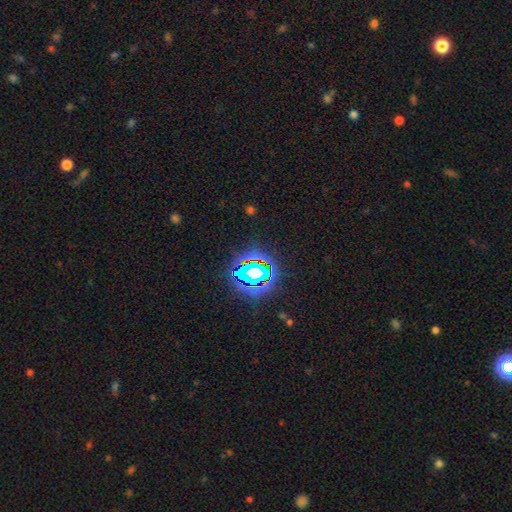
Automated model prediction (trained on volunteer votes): Q: Smooth or featured?
A: star or artifact (82%); runner-up: smooth (12%)